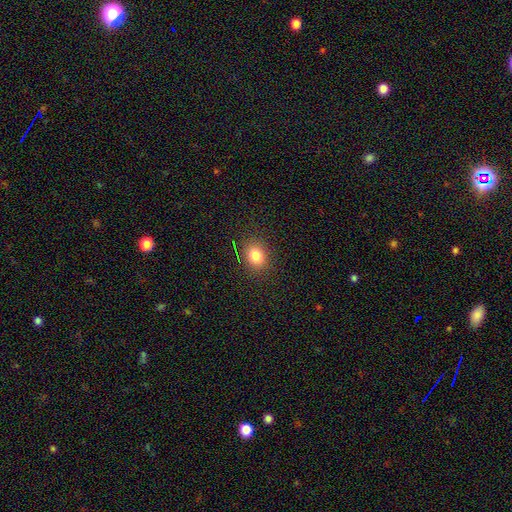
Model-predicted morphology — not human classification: Smooth or featured: smooth — 81% (star or artifact — 13%)
How rounded: in between — 52% (round — 47%)
Merging: none — 87% (minor disturbance — 9%)